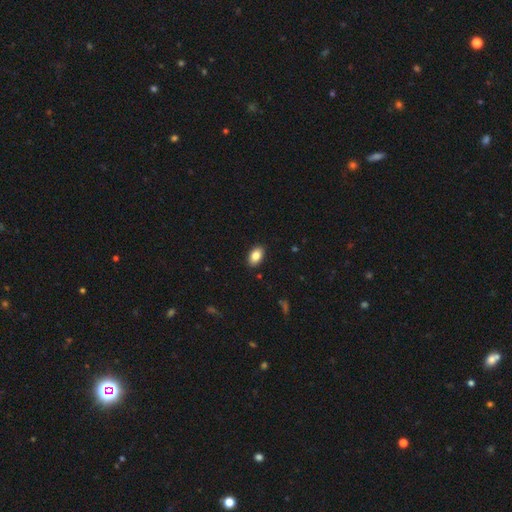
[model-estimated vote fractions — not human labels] Smooth or featured? Predicted: smooth (p=0.86). How rounded? Predicted: in between (p=0.91). Merging? Predicted: none (p=0.89).